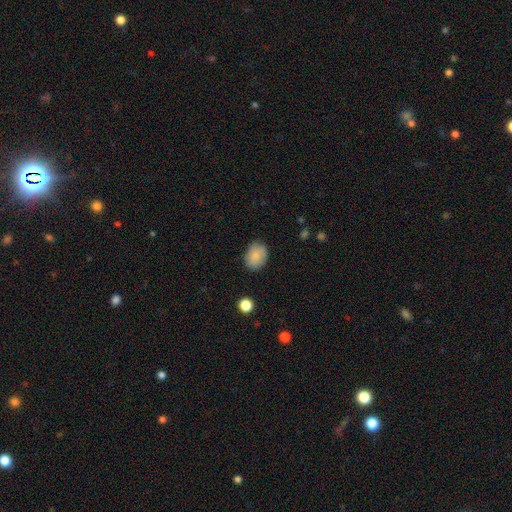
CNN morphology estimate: This is clearly a smooth galaxy (85%). How rounded: likely in between (62%). Merging: clearly none (82%).